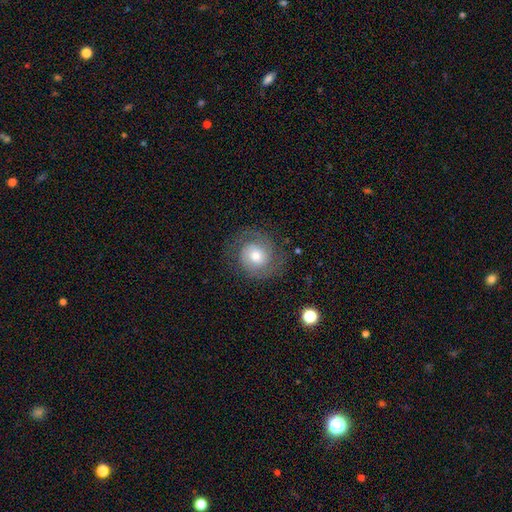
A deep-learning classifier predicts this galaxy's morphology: A featured or disk galaxy (69%) with no bar (70%), 2 (74%) tight (52%) spiral arms (91%) and a moderate central bulge (64%).

Vote fractions:
- Smooth or featured? featured or disk: 69% / smooth: 23% / star or artifact: 8%
- Edge-on disk? no: 98% / yes: 2%
- Bar? no: 70% / weak: 26% / strong: 5%
- Spiral arms? yes: 91% / no: 9%
- Spiral winding? tight: 52% / medium: 37% / loose: 11%
- Spiral arm count? 2: 74% / can't tell: 12% / 1: 6% / 3: 4% / 4: 2% / more than 4: 2%
- Bulge size? moderate: 64% / small: 21% / large: 11% / dominant: 2% / none: 1%
- Merging? none: 76% / minor disturbance: 14% / major disturbance: 8% / merger: 1%